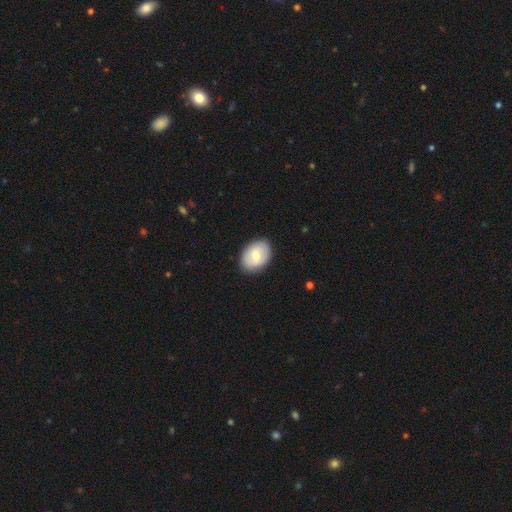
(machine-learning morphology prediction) This is likely a smooth galaxy (64%). How rounded: likely in between (76%). Merging: clearly none (86%).